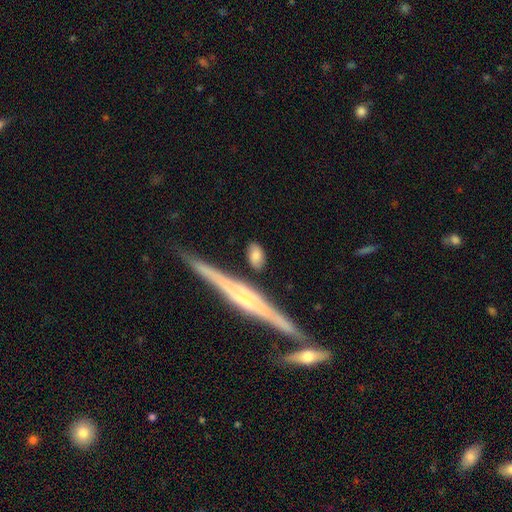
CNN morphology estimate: smooth-or-featured: smooth: 77% | featured or disk: 17% | star or artifact: 6%
  how-rounded: in between: 78% | cigar-shaped: 16% | round: 7%
  merging: none: 78% | minor disturbance: 13% | merger: 5% | major disturbance: 4%